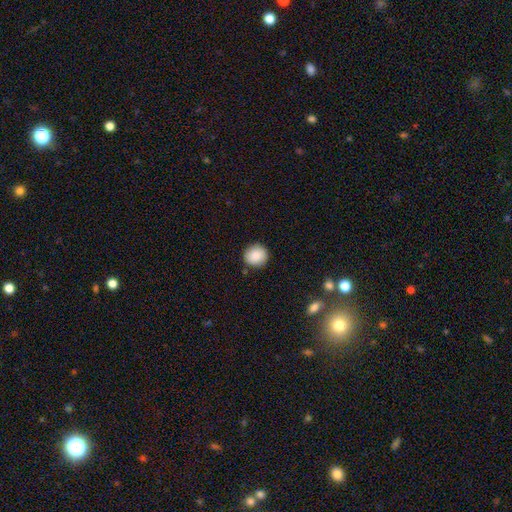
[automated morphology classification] Smooth or featured? Predicted: smooth (p=0.88). How rounded? Predicted: round (p=0.92). Merging? Predicted: none (p=0.89).